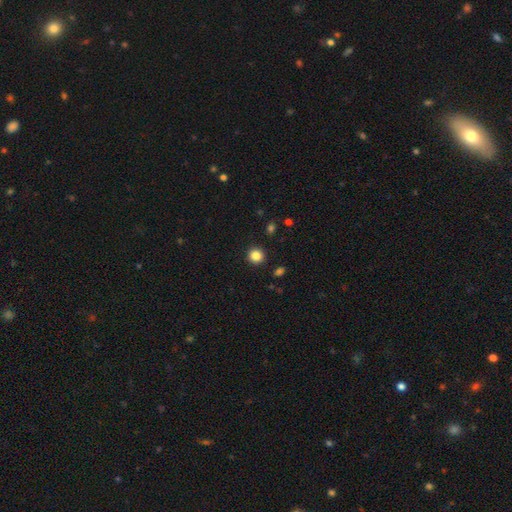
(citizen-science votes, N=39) Morphology: type=smooth (85%); roundness=round (97%); merging=none (92%).